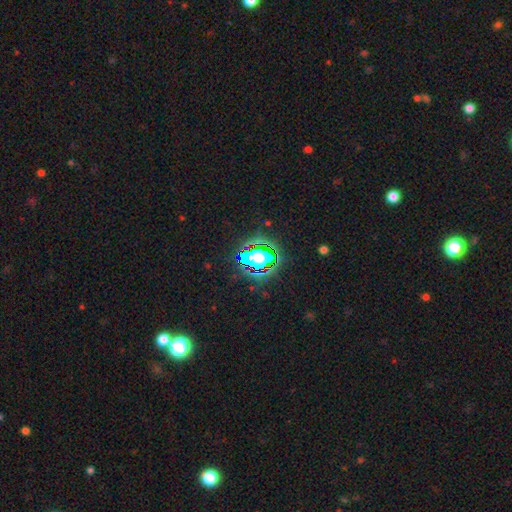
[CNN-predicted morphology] This appears to be a star or artifact, not a galaxy (64%).